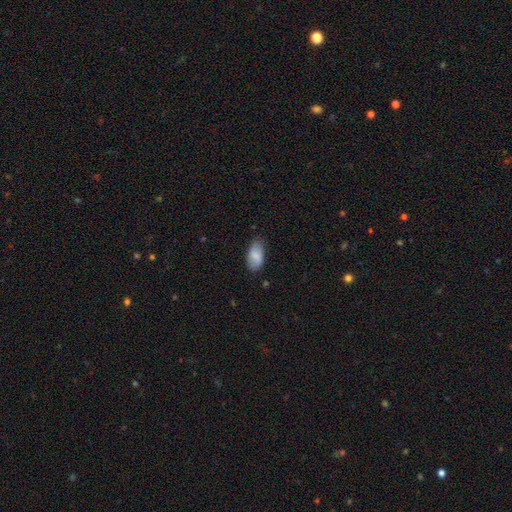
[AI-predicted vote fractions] Smooth or featured?
  - smooth: 82% *
  - featured or disk: 12%
  - star or artifact: 7%
How rounded?
  - in between: 93% *
  - cigar-shaped: 4%
  - round: 3%
Merging?
  - none: 79% *
  - minor disturbance: 17%
  - major disturbance: 3%
  - merger: 1%